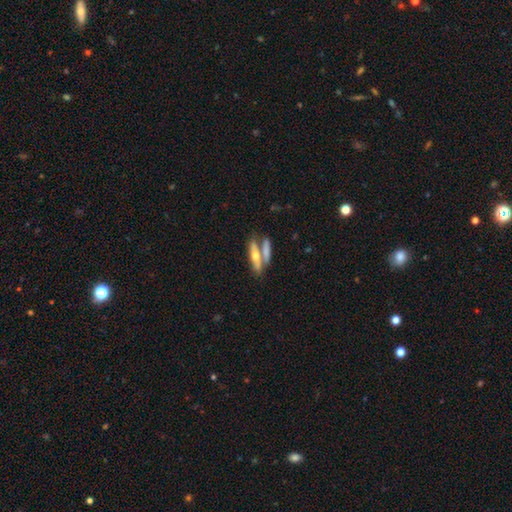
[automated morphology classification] Smooth or featured? featured or disk (50%)
Edge-on disk? yes (76%)
Merging? none (48%)